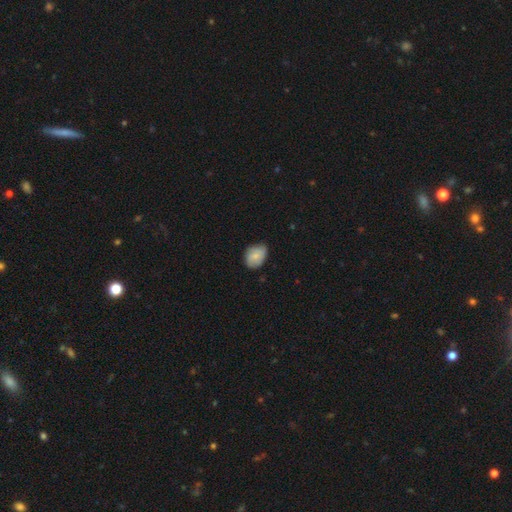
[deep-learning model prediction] A smooth galaxy with no disk features (78%) that is in between round and cigar-shaped (65%).

Vote fractions:
- Smooth or featured? smooth: 78% / featured or disk: 15% / star or artifact: 7%
- How rounded? in between: 65% / round: 33% / cigar-shaped: 1%
- Merging? none: 72% / minor disturbance: 23% / major disturbance: 3% / merger: 1%